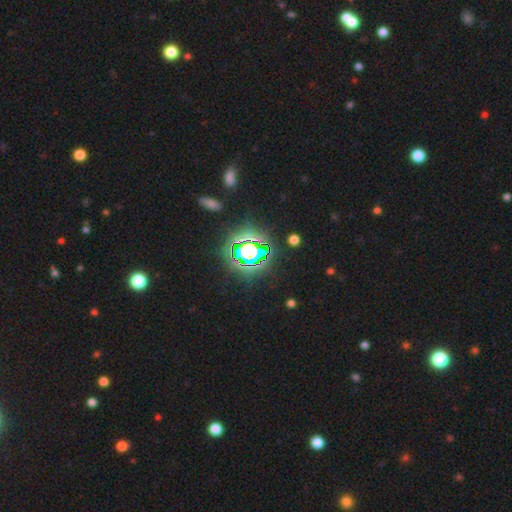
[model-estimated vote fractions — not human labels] This is likely a star or artifact rather than a galaxy (72%).